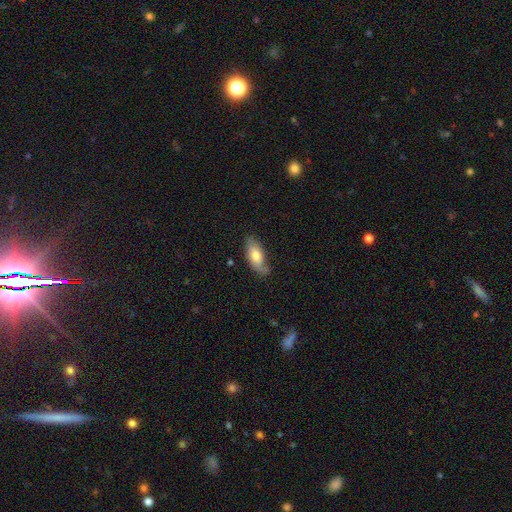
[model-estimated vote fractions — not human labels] smooth 64%, featured or disk 30%, star or artifact 6%. Down the decision tree: how rounded — in between (88%); merging — none (63%).